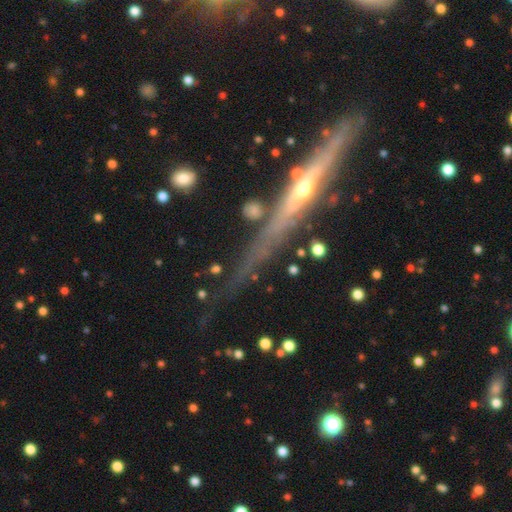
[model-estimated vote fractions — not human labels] smooth-or-featured: featured or disk: 81% | smooth: 11% | star or artifact: 8%
  disk-edge-on: yes: 96% | no: 4%
    edge-on-bulge: rounded: 71% | none: 24% | boxy: 4%
  merging: none: 78% | minor disturbance: 15% | major disturbance: 4% | merger: 3%